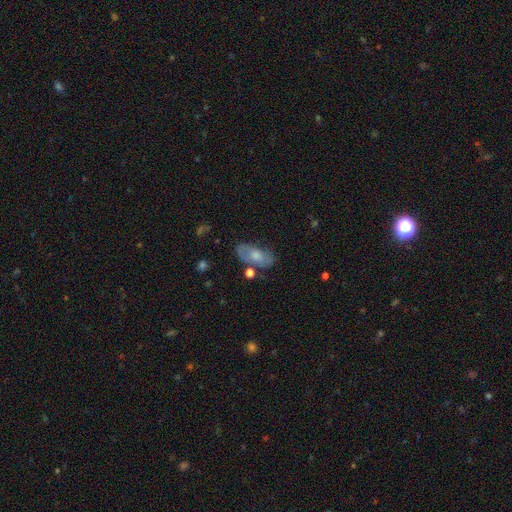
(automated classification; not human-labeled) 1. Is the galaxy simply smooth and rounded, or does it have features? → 57% smooth, 36% featured or disk, 8% star or artifact.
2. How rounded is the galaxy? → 89% in between, 7% cigar-shaped, 5% round.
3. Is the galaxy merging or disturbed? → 64% none, 21% minor disturbance, 9% major disturbance, 7% merger.